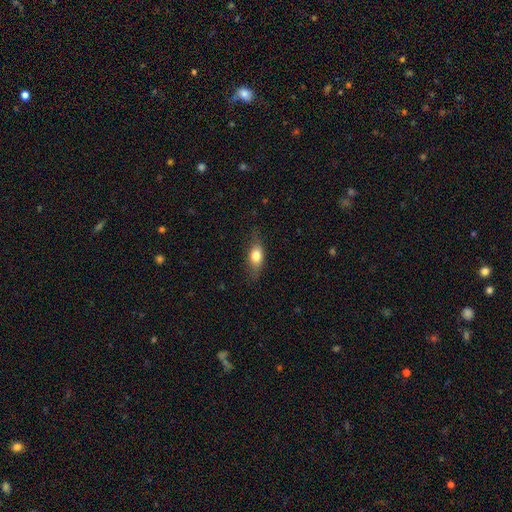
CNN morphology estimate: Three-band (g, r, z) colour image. It shows a smooth galaxy with no disk features (70%) that is in between round and cigar-shaped (74%). Merging: none (72%).